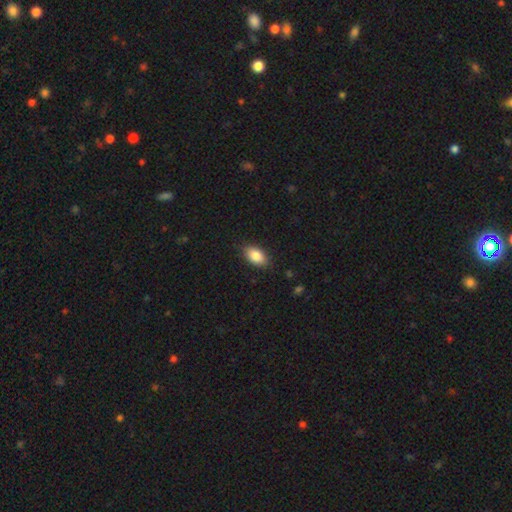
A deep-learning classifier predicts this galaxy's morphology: Smooth or featured?
  - smooth: 86% *
  - star or artifact: 7%
  - featured or disk: 7%
How rounded?
  - in between: 91% *
  - round: 7%
  - cigar-shaped: 2%
Merging?
  - none: 86% *
  - minor disturbance: 10%
  - major disturbance: 2%
  - merger: 1%